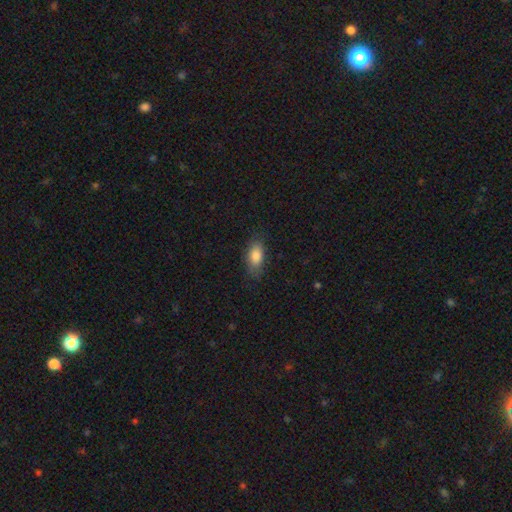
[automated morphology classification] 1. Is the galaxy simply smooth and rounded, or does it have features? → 84% smooth, 9% featured or disk, 7% star or artifact.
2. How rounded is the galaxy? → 88% in between, 8% cigar-shaped, 4% round.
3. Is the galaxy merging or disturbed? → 78% none, 17% minor disturbance, 5% major disturbance, 1% merger.